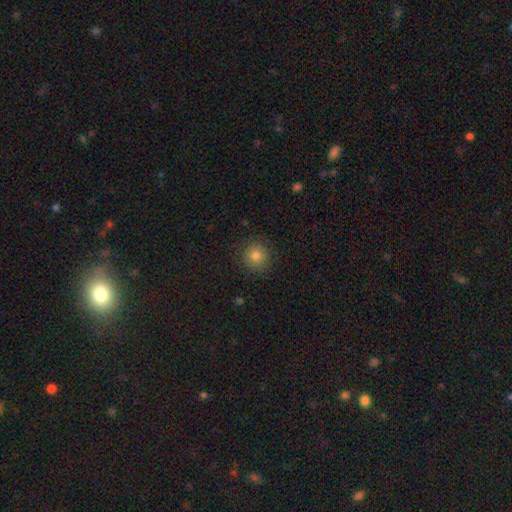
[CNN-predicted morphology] Q: Smooth or featured?
A: smooth (80%); runner-up: star or artifact (12%)
Q: How rounded?
A: round (92%); runner-up: in between (7%)
Q: Merging?
A: none (87%); runner-up: minor disturbance (9%)